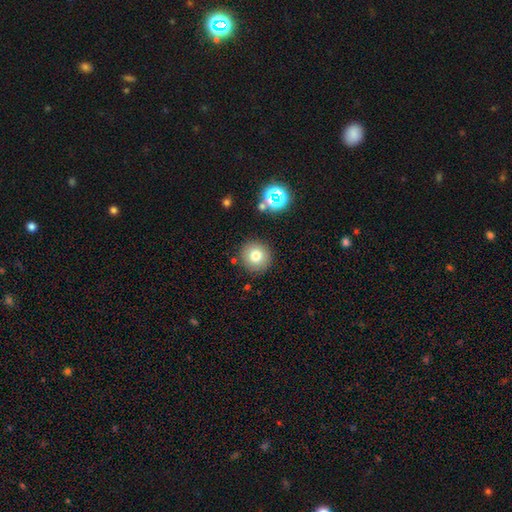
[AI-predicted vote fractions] Smooth or featured?
  - smooth: 76% *
  - star or artifact: 13%
  - featured or disk: 11%
How rounded?
  - round: 94% *
  - in between: 5%
  - cigar-shaped: 1%
Merging?
  - none: 87% *
  - minor disturbance: 7%
  - merger: 3%
  - major disturbance: 3%